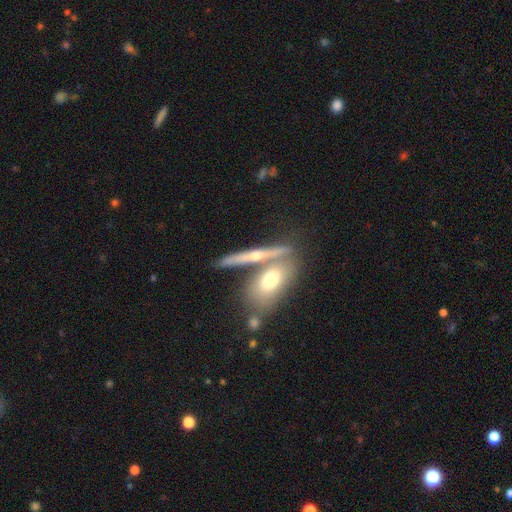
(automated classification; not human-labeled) Smooth or featured? featured or disk (52%)
Edge-on disk? yes (83%)
Merging? none (55%)